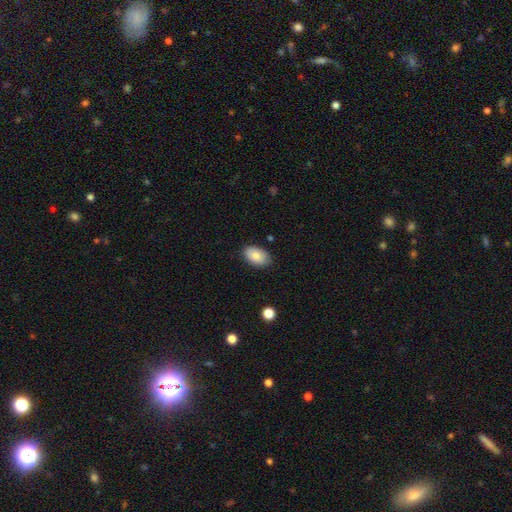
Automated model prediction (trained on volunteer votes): Overall: smooth (81%). How rounded: in between (92%). Merging: none (84%).